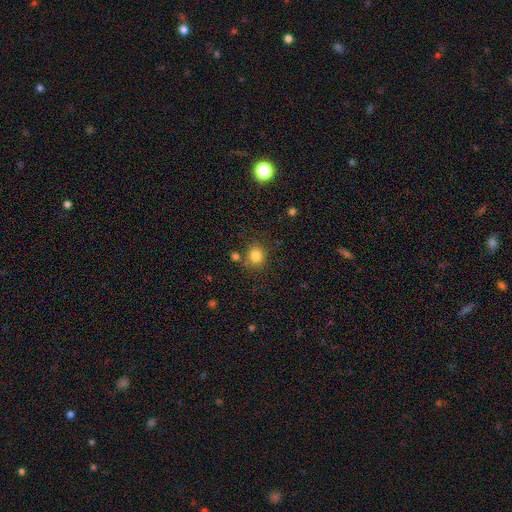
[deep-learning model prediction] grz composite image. It shows a smooth galaxy with no disk features (82%) that is round (79%). Merging: none (77%).